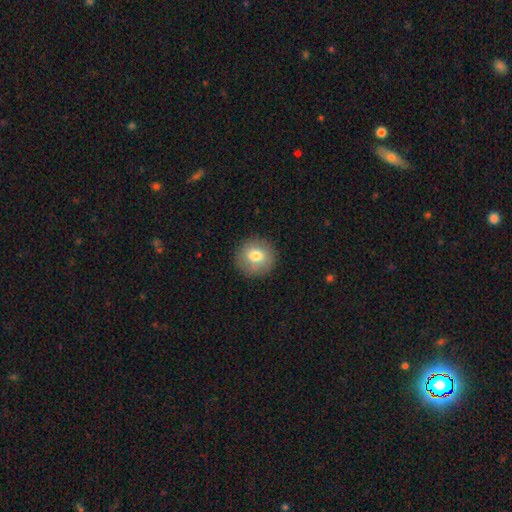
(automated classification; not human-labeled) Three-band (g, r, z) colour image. It shows a smooth galaxy with no disk features (76%) that is round (92%). Merging: none (89%).